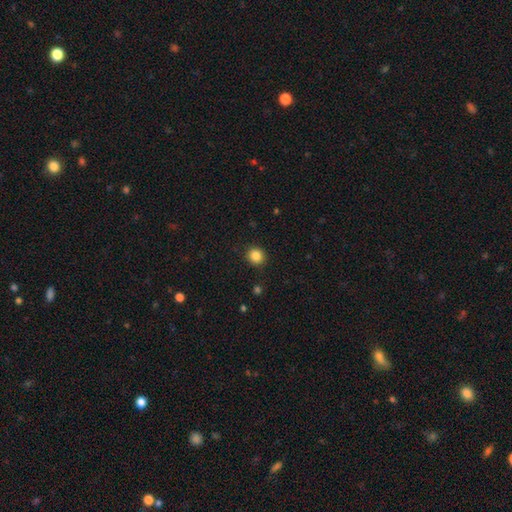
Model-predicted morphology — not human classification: smooth-or-featured: smooth: 85% | star or artifact: 11% | featured or disk: 4%
  how-rounded: round: 89% | in between: 10% | cigar-shaped: 1%
  merging: none: 92% | minor disturbance: 5% | major disturbance: 2% | merger: 1%